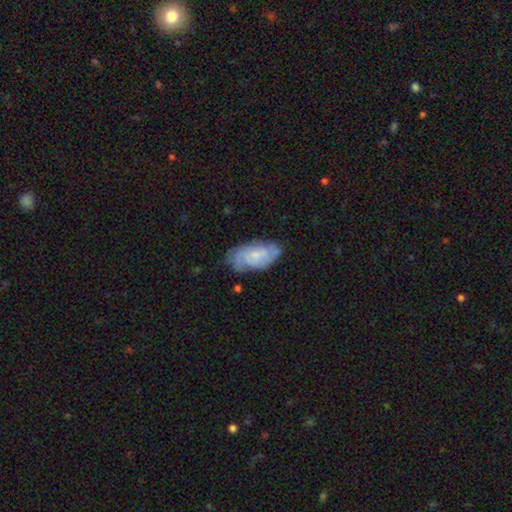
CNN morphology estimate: Smooth or featured: featured or disk — 61% (smooth — 32%)
Edge-on disk: no — 95% (yes — 5%)
Bar: no — 67% (weak — 29%)
Spiral arms: yes — 85% (no — 15%)
Bulge size: small — 62% (moderate — 26%)
Merging: none — 64% (minor disturbance — 26%)